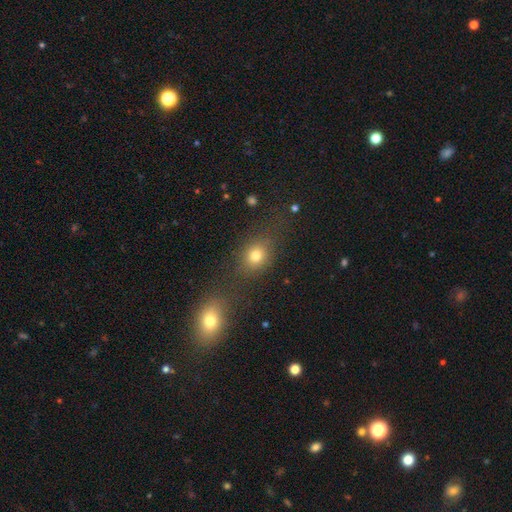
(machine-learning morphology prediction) Overall: smooth (75%). How rounded: round (54%; in between 44%). Merging: none (64%).